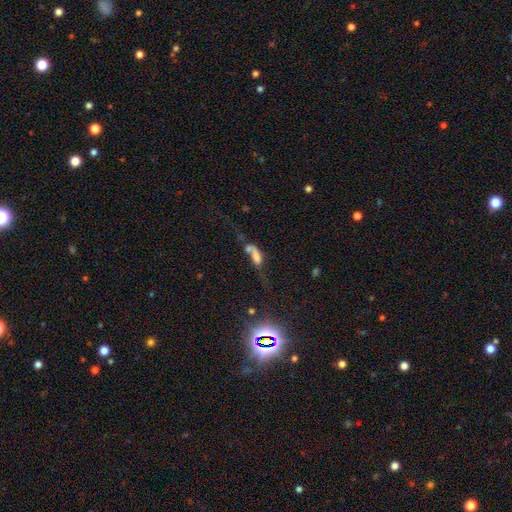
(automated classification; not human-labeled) The model was most divided on "merging": merger: 42%, major disturbance: 26%, none: 19%, minor disturbance: 12%. More confident: how rounded — in between (62%); smooth or featured — smooth (56%).